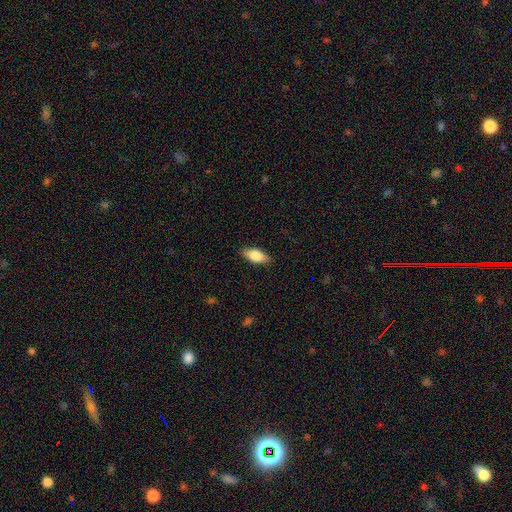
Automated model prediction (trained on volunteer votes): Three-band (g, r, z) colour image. It shows a smooth galaxy with no disk features (80%) that is in between round and cigar-shaped (83%). Merging: none (87%).